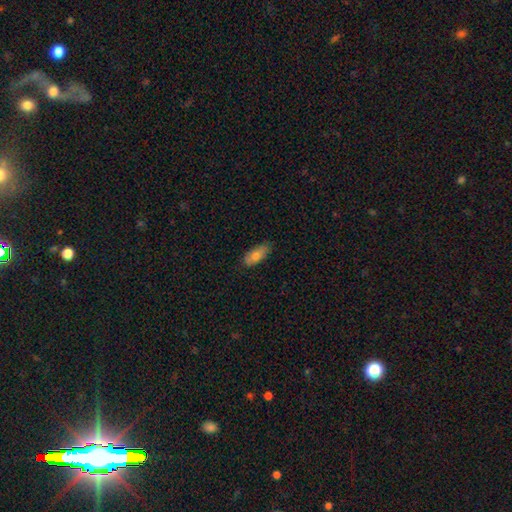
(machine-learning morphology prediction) Smooth or featured: smooth — 77% (featured or disk — 17%)
How rounded: in between — 79% (cigar-shaped — 19%)
Merging: none — 83% (minor disturbance — 14%)